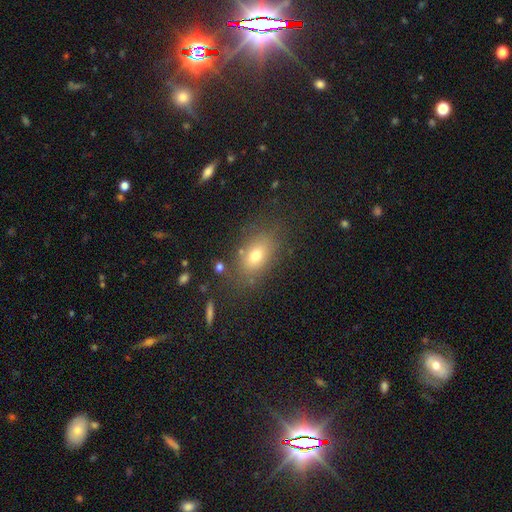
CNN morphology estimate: Q: Smooth or featured?
A: smooth (72%); runner-up: featured or disk (15%)
Q: How rounded?
A: in between (80%); runner-up: round (17%)
Q: Merging?
A: none (78%); runner-up: minor disturbance (13%)